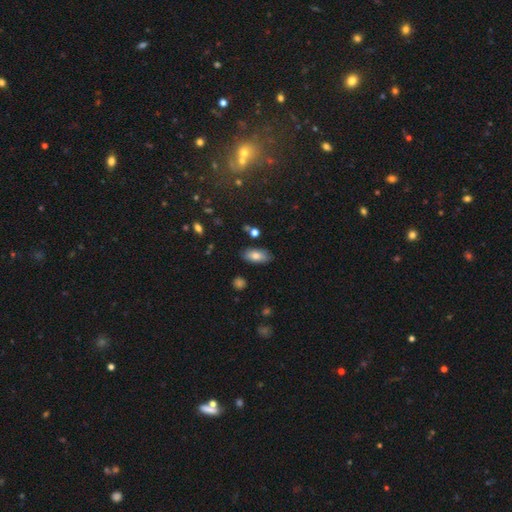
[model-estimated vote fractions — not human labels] This is likely a smooth galaxy (79%). How rounded: clearly in between (89%). Merging: clearly none (83%).